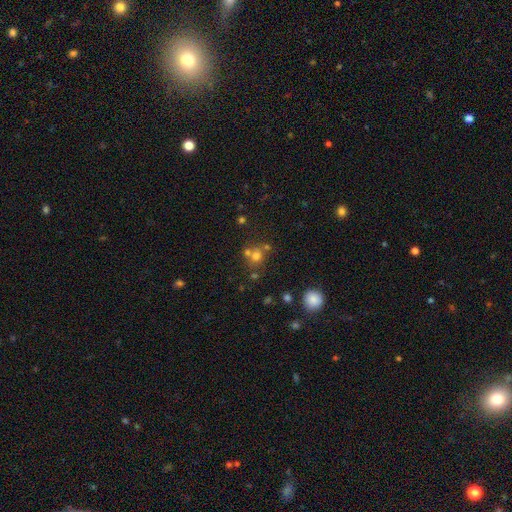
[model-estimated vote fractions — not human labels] smooth_or_featured: smooth (p=0.65) [alt: star or artifact p=0.21]
how_rounded: round (p=0.84) [alt: in between p=0.15]
merging: none (p=0.53) [alt: merger p=0.34]